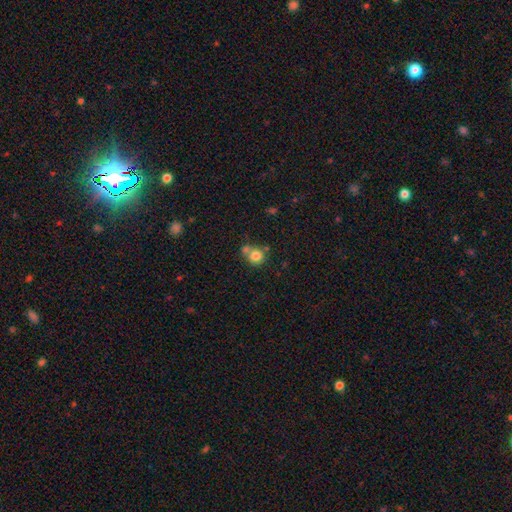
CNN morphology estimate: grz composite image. It shows a smooth galaxy with no disk features (80%) that is round (88%). Merging: none (49%).